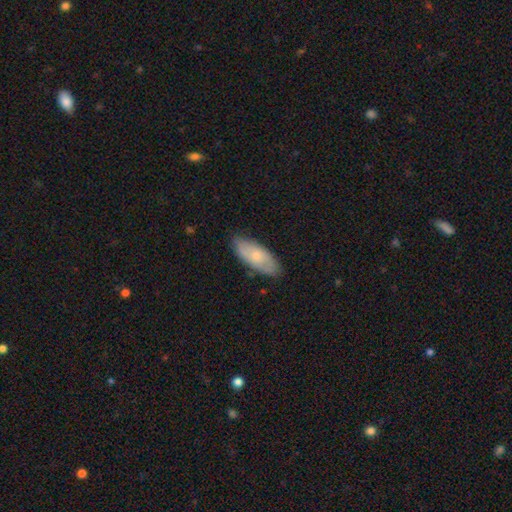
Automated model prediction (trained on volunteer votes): This appears to be a smooth galaxy with no disk features (60%) that is in between round and cigar-shaped (81%). Merging: none (80%).